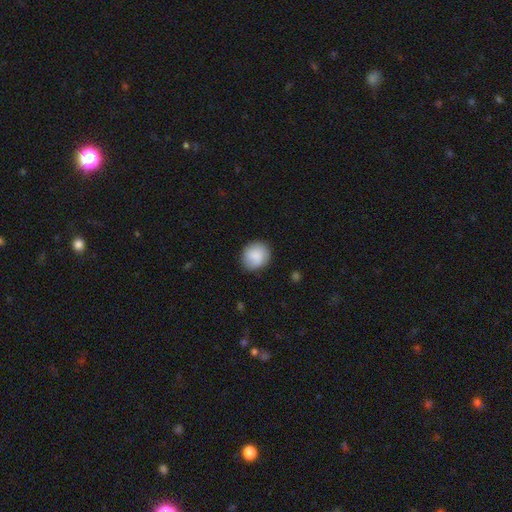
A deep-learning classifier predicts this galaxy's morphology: Smooth or featured: smooth — 86% (featured or disk — 8%)
How rounded: round — 78% (in between — 22%)
Merging: none — 85% (minor disturbance — 12%)